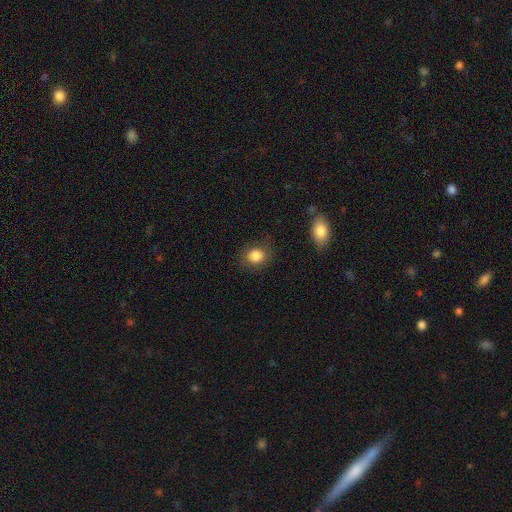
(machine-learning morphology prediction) Smooth or featured: smooth — 84% (star or artifact — 9%)
How rounded: round — 61% (in between — 37%)
Merging: none — 79% (minor disturbance — 14%)